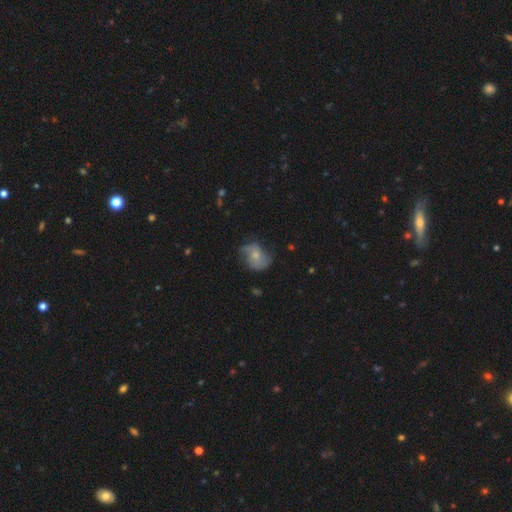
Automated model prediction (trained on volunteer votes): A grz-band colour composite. It shows a featured or disk galaxy (48%). Merging: none (52%).